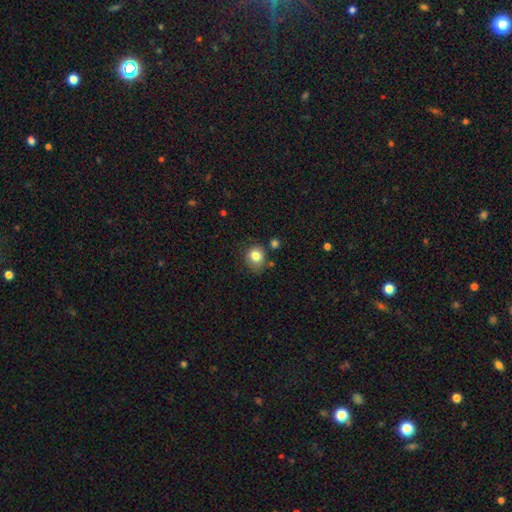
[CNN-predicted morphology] The model was most divided on "how rounded": round: 75%, in between: 24%, cigar-shaped: 1%. More confident: smooth or featured — smooth (82%); merging — none (75%).